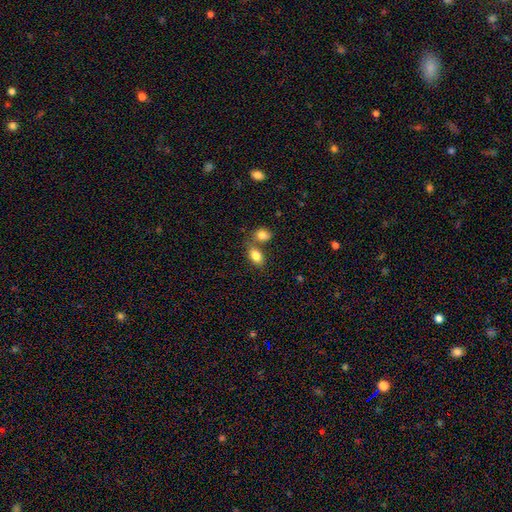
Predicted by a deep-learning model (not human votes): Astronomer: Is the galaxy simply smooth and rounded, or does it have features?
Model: smooth — 82%.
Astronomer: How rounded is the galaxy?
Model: in between — 85%.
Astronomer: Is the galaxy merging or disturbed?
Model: none — 51% (runner-up: merger, 35%).